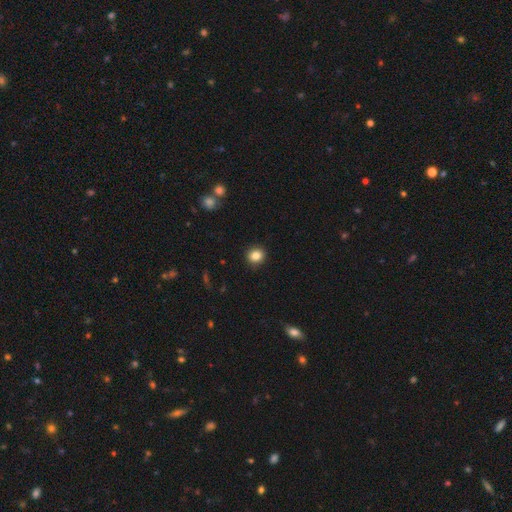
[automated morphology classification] type=smooth (85%); roundness=round (84%); merging=none (91%).